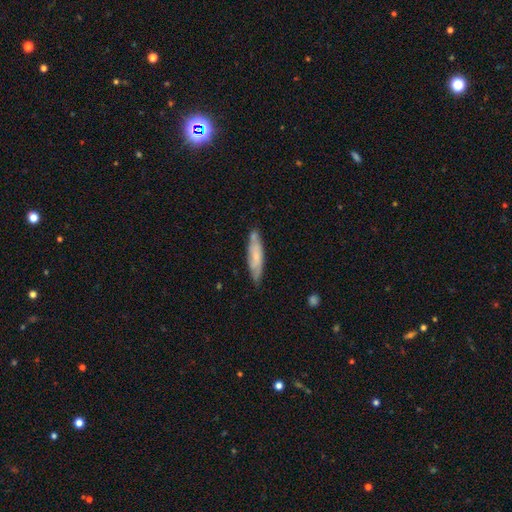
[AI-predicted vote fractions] Morphology: type=smooth (55%); roundness=cigar-shaped (75%); merging=none (73%).